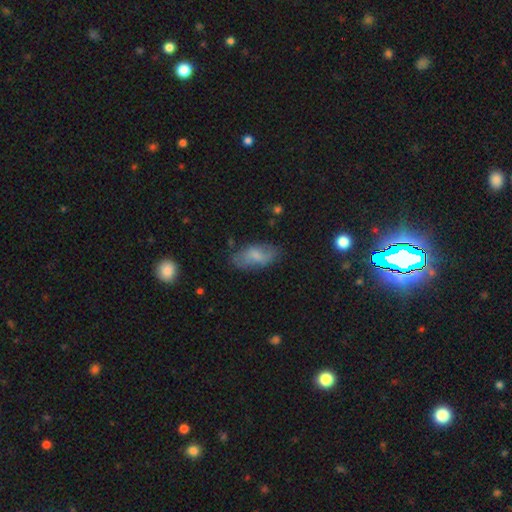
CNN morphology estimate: smooth_or_featured: smooth (p=0.65) [alt: featured or disk p=0.27]
how_rounded: in between (p=0.90) [alt: cigar-shaped p=0.07]
merging: none (p=0.68) [alt: minor disturbance p=0.22]